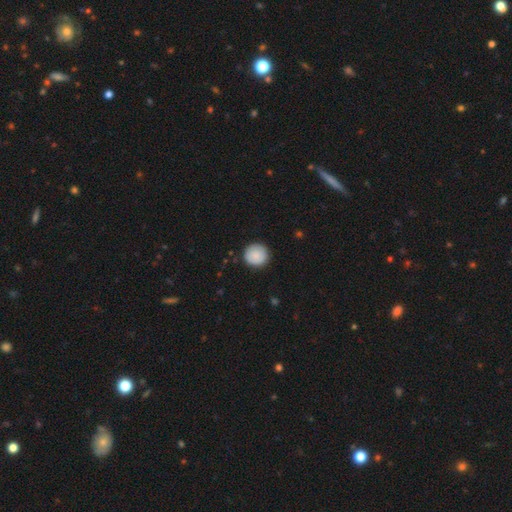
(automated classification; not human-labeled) This appears to be a smooth galaxy with no disk features (86%) that is round (94%). Merging: none (89%).